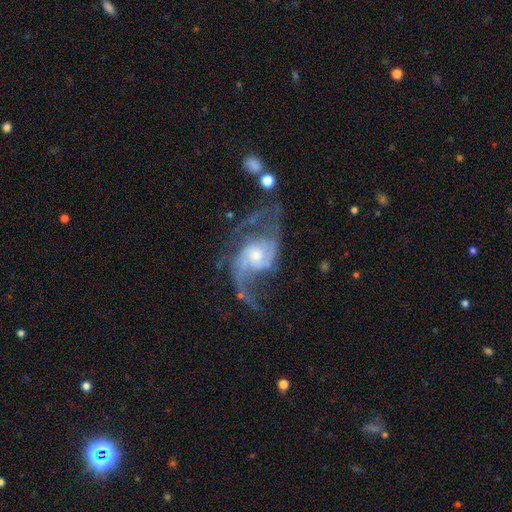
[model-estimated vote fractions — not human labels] Smooth or featured? featured or disk (89%)
Edge-on disk? no (97%)
Bar? no (58%)
Spiral arms? yes (96%)
Spiral winding? loose (52%)
Spiral arm count? 2 (81%)
Bulge size? small (46%)
Merging? none (52%)